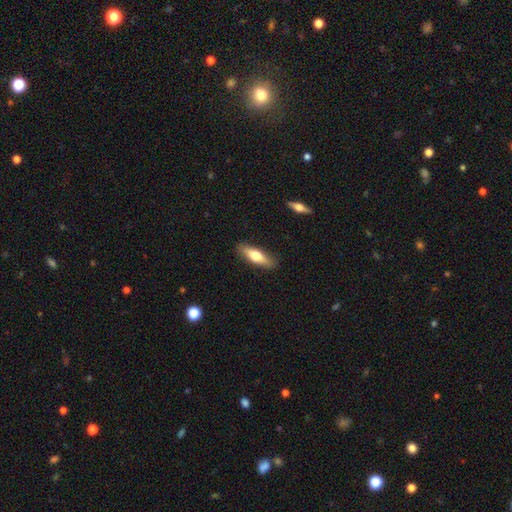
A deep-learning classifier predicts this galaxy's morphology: Smooth or featured?
  - smooth: 59% *
  - featured or disk: 35%
  - star or artifact: 6%
How rounded?
  - cigar-shaped: 58% *
  - in between: 40%
  - round: 2%
Merging?
  - none: 87% *
  - minor disturbance: 10%
  - major disturbance: 2%
  - merger: 1%